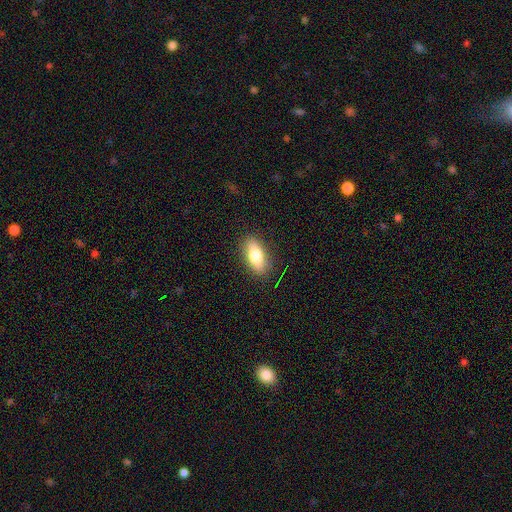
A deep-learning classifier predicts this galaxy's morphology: This appears to be a smooth galaxy with no disk features (74%) that is in between round and cigar-shaped (77%). Merging: none (86%).